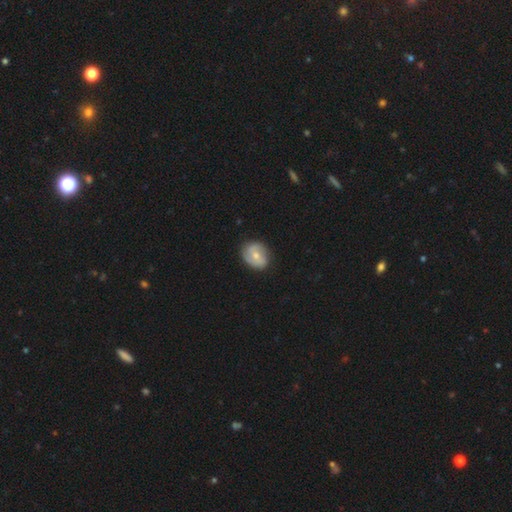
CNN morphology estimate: featured or disk 48%, smooth 45%, star or artifact 6%. Down the decision tree: merging — none (76%).